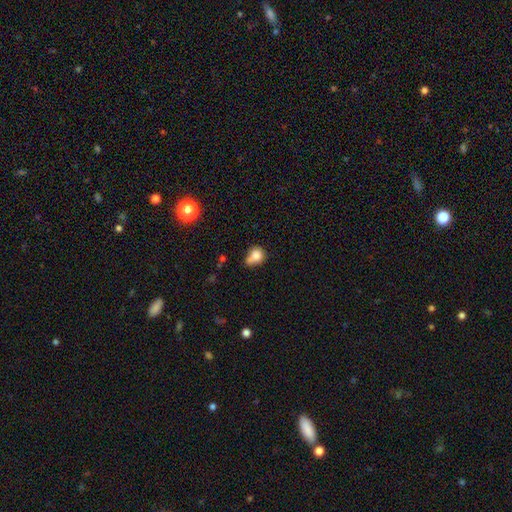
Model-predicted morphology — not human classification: Smooth or featured?
  - smooth: 79% *
  - star or artifact: 11%
  - featured or disk: 10%
How rounded?
  - round: 65% *
  - in between: 33%
  - cigar-shaped: 1%
Merging?
  - none: 37% *
  - minor disturbance: 28%
  - merger: 24%
  - major disturbance: 11%